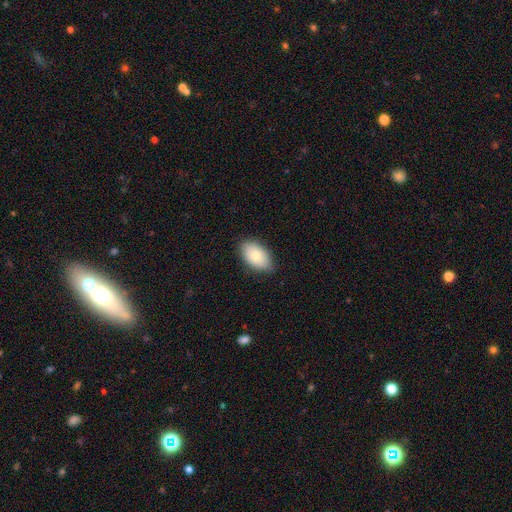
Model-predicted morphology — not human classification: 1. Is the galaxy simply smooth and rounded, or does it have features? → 75% smooth, 18% featured or disk, 7% star or artifact.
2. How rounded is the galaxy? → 91% in between, 7% round, 1% cigar-shaped.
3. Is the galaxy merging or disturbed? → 83% none, 14% minor disturbance, 2% major disturbance, 1% merger.